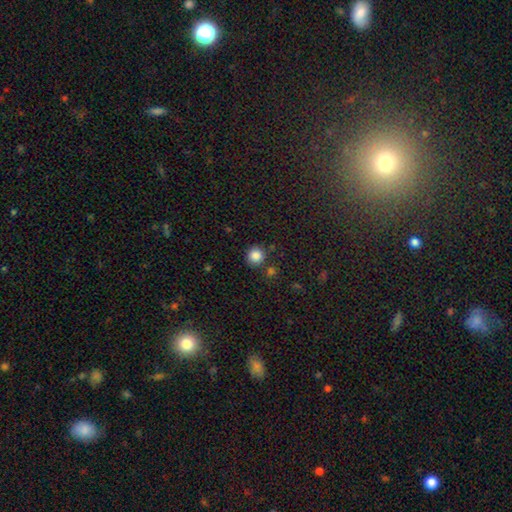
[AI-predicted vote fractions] smooth-or-featured: smooth: 85% | star or artifact: 11% | featured or disk: 4%
  how-rounded: round: 93% | in between: 6% | cigar-shaped: 1%
  merging: none: 84% | minor disturbance: 8% | merger: 6% | major disturbance: 3%